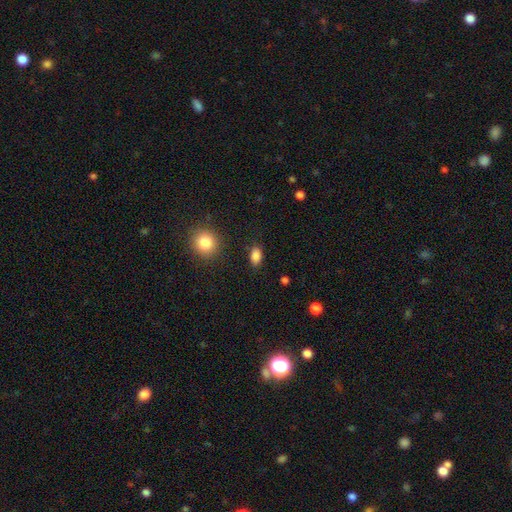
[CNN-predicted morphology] Smooth or featured? Predicted: smooth (p=0.87). How rounded? Predicted: in between (p=0.86). Merging? Predicted: none (p=0.84).